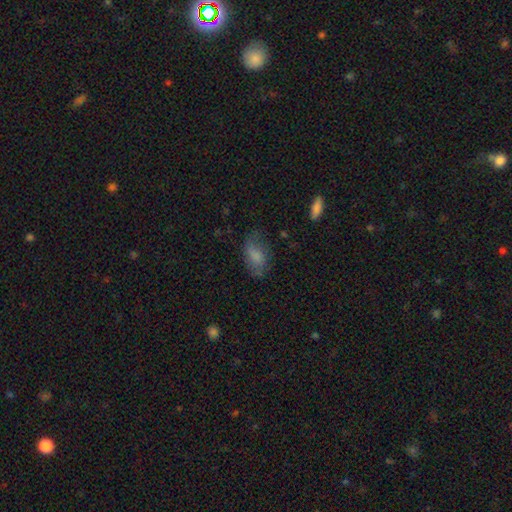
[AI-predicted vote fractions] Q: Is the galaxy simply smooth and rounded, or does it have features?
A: smooth — 68%.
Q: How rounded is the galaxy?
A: in between — 89%.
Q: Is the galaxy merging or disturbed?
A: none — 57%.